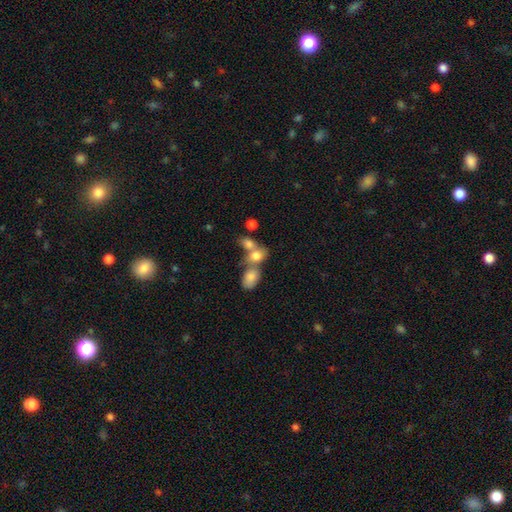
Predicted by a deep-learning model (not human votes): Smooth or featured? Predicted: smooth (p=0.76). How rounded? Predicted: in between (p=0.64). Merging? Predicted: merger (p=0.62).